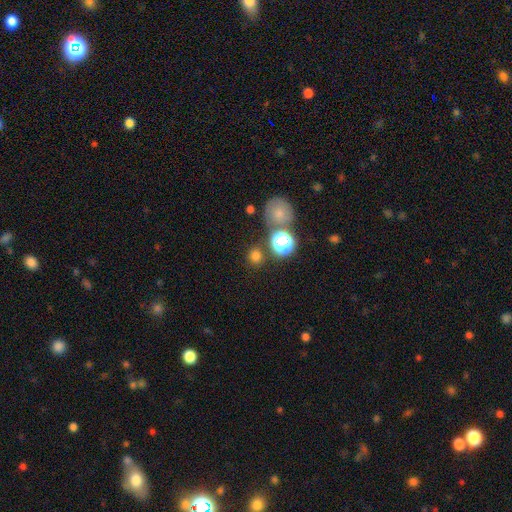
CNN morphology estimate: Overall: smooth (74%). How rounded: round (86%). Merging: none (80%).